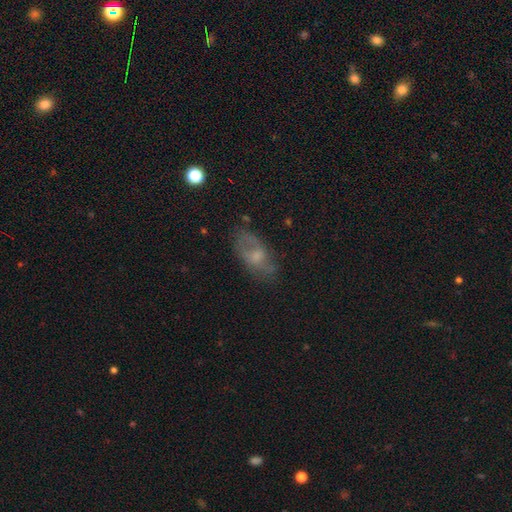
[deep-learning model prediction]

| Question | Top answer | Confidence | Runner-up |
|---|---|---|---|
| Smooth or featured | smooth | 47% | featured or disk (43%) |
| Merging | none | 60% | minor disturbance (25%) |